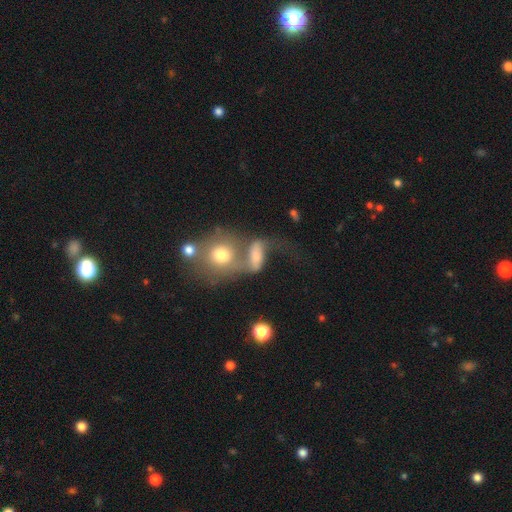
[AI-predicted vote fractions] This appears to be a smooth galaxy with no disk features (44%). Merging: merger (48%).